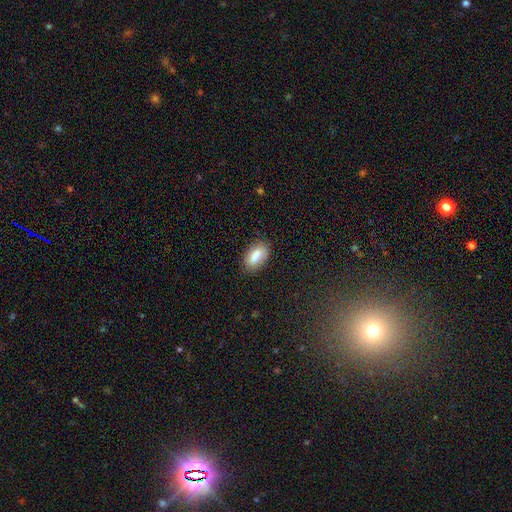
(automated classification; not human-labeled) This is clearly a smooth galaxy (81%). How rounded: clearly in between (90%). Merging: clearly none (81%).